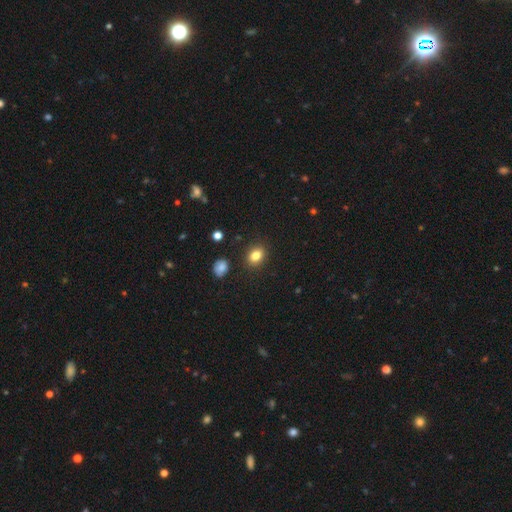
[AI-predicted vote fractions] Smooth or featured: smooth — 83% (star or artifact — 11%)
How rounded: in between — 59% (round — 40%)
Merging: none — 87% (minor disturbance — 9%)